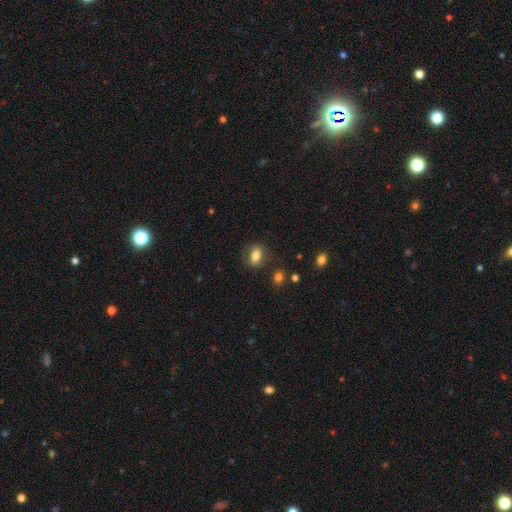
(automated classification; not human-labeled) Q: Smooth or featured?
A: smooth (77%); runner-up: featured or disk (14%)
Q: How rounded?
A: in between (81%); runner-up: round (14%)
Q: Merging?
A: none (77%); runner-up: minor disturbance (15%)